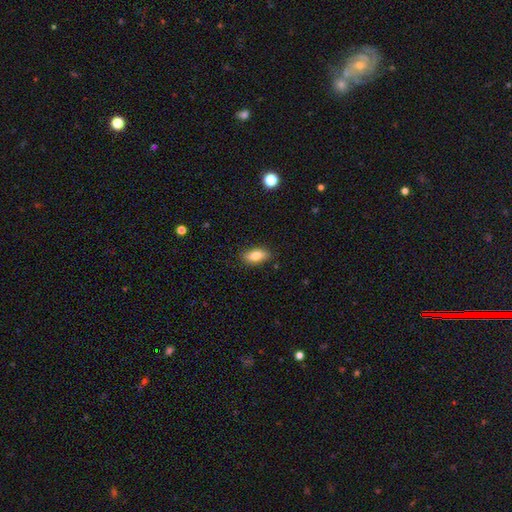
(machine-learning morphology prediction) A smooth galaxy with no disk features (81%) that is in between round and cigar-shaped (85%). Merging: none (85%).